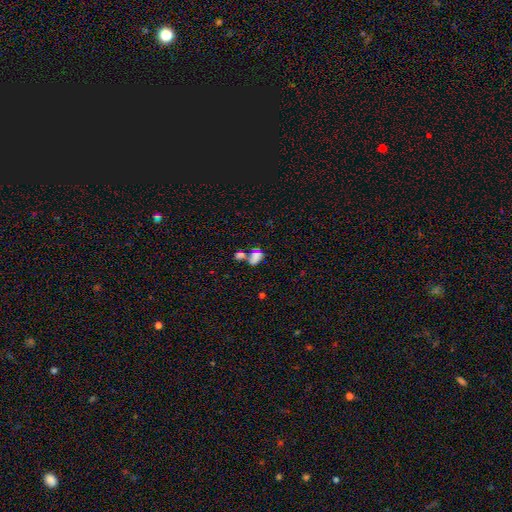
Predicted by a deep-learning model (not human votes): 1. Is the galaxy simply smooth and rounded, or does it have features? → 70% smooth, 16% featured or disk, 14% star or artifact.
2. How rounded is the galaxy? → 81% in between, 16% round, 3% cigar-shaped.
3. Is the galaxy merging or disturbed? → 50% merger, 27% none, 13% minor disturbance, 11% major disturbance.